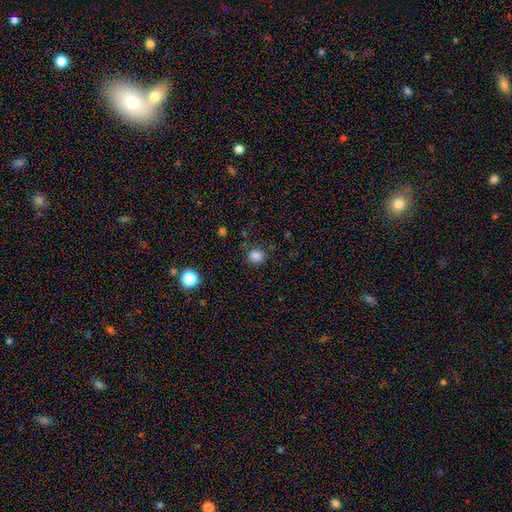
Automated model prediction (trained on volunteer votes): The model was most divided on "smooth or featured": smooth: 83%, star or artifact: 13%, featured or disk: 4%. More confident: how rounded — round (86%); merging — none (83%).